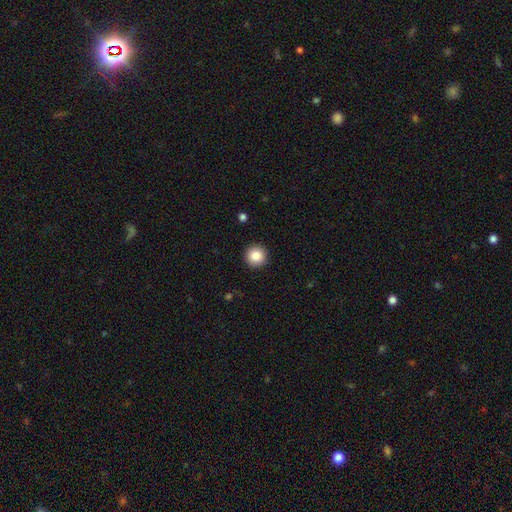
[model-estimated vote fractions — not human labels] smooth-or-featured: smooth: 85% | star or artifact: 9% | featured or disk: 6%
  how-rounded: round: 96% | in between: 3% | cigar-shaped: 1%
  merging: none: 92% | minor disturbance: 5% | major disturbance: 2% | merger: 1%